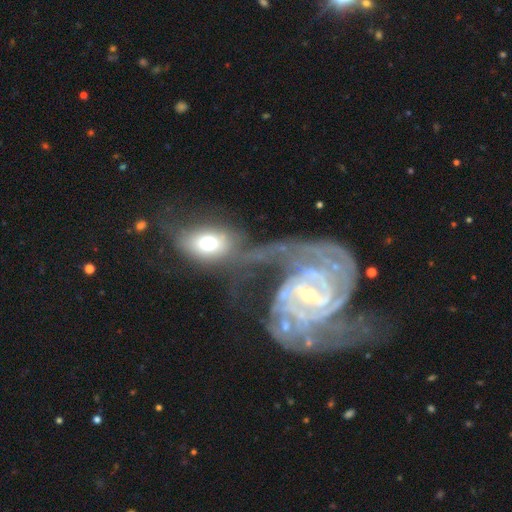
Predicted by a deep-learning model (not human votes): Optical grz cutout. It shows a featured or disk galaxy (81%) with a weak bar (39%), 2 (45%) tight (63%) spiral arms (94%) and a small central bulge (56%). Merging: merger (42%).